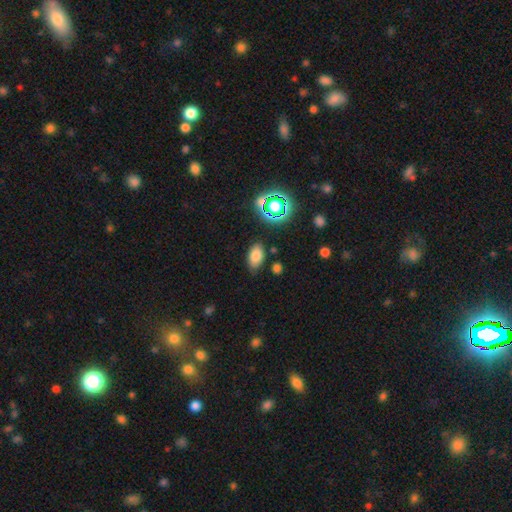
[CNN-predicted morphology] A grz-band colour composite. It shows a smooth galaxy with no disk features (76%) that is in between round and cigar-shaped (89%). Merging: none (79%).